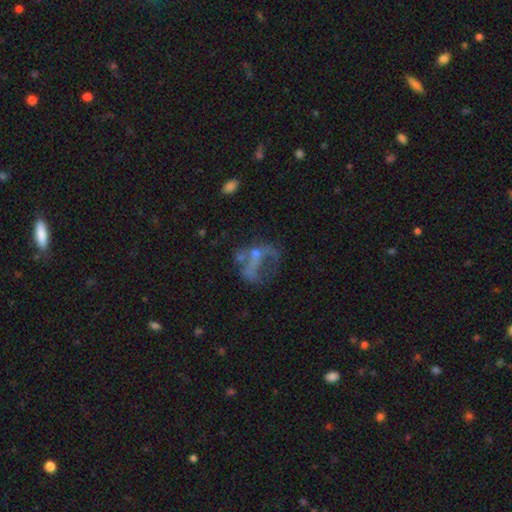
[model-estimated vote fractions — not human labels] Overall: featured or disk (53%; smooth 27%). Edge-on disk: no (96%). Bar: no (74%). Spiral arms: no (74%). Bulge size: none (46%; small 40%). Merging: major disturbance (45%; none 28%).